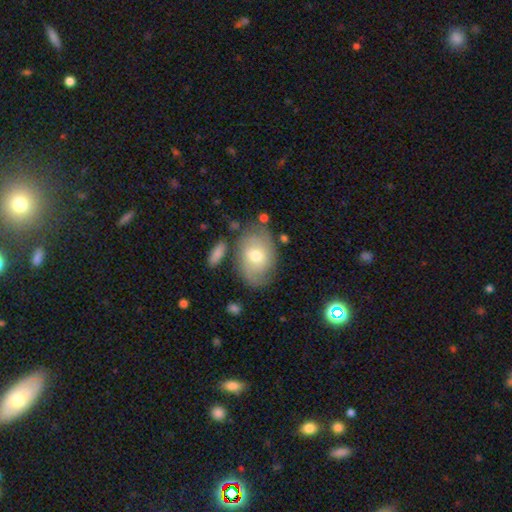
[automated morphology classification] The model was most divided on "smooth or featured": smooth: 47%, featured or disk: 45%, star or artifact: 8%. More confident: merging — none (69%).